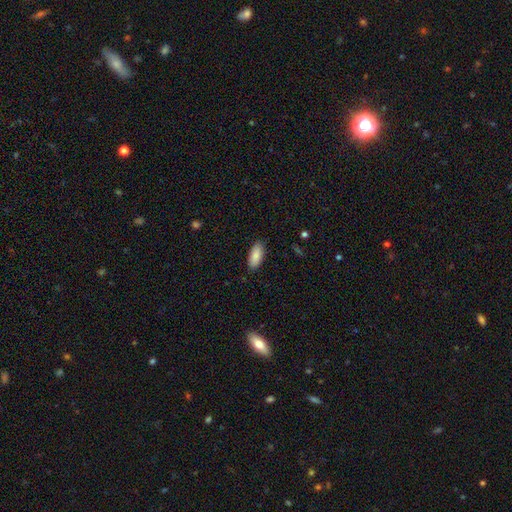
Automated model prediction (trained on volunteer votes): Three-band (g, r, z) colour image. It shows a smooth galaxy with no disk features (88%) that is in between round and cigar-shaped (85%). Merging: none (87%).